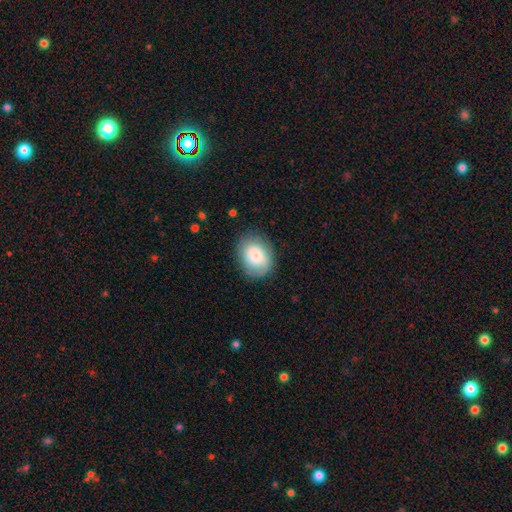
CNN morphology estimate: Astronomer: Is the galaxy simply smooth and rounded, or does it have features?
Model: smooth — 73%.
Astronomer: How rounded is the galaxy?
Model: in between — 54% (runner-up: round, 45%).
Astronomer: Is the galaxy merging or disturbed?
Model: none — 76%.